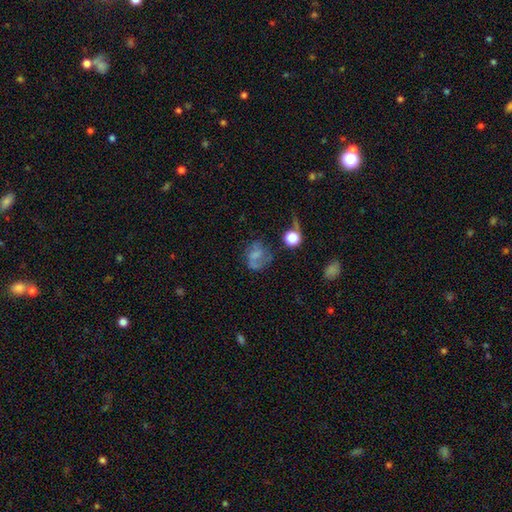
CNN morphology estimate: Smooth or featured? smooth (43%)
Merging? none (41%)